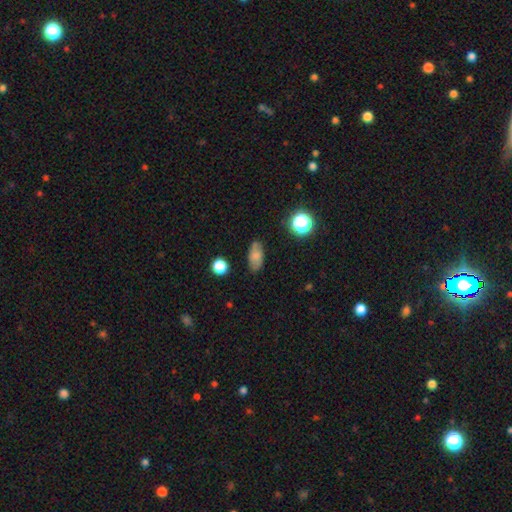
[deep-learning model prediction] smooth-or-featured: smooth: 75% | featured or disk: 15% | star or artifact: 11%
  how-rounded: in between: 85% | cigar-shaped: 8% | round: 7%
  merging: none: 79% | minor disturbance: 16% | major disturbance: 4% | merger: 2%